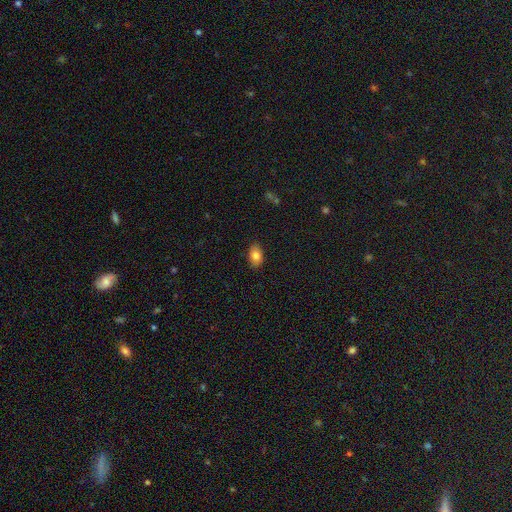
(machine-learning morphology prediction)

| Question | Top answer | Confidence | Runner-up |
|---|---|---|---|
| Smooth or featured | smooth | 83% | featured or disk (9%) |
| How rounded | in between | 89% | round (9%) |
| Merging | none | 87% | minor disturbance (10%) |